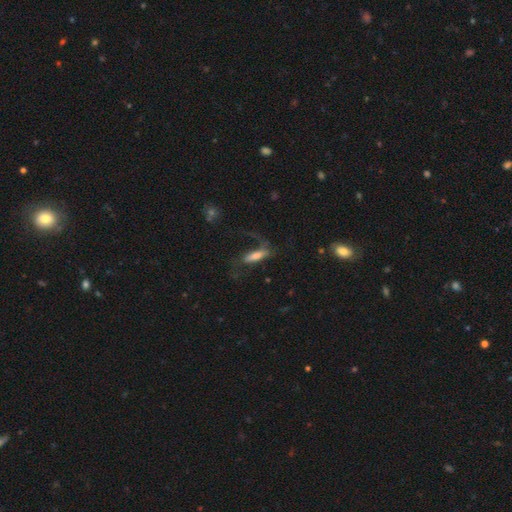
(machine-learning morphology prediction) The model was most divided on "merging": none: 42%, major disturbance: 35%, minor disturbance: 19%, merger: 3%. More confident: how rounded — cigar-shaped (65%); smooth or featured — smooth (52%).